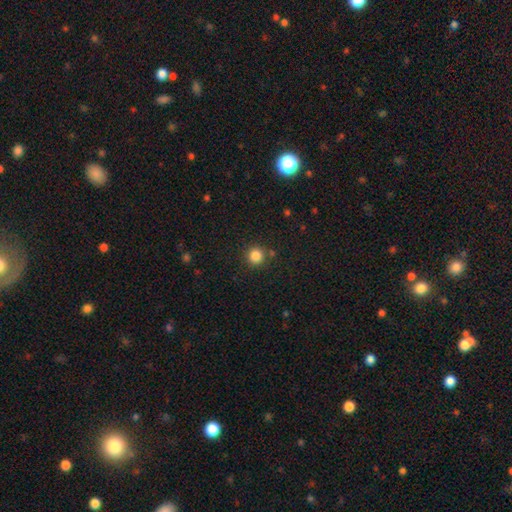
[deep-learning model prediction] smooth 84%, star or artifact 12%, featured or disk 4%. Down the decision tree: how rounded — round (94%); merging — none (87%).